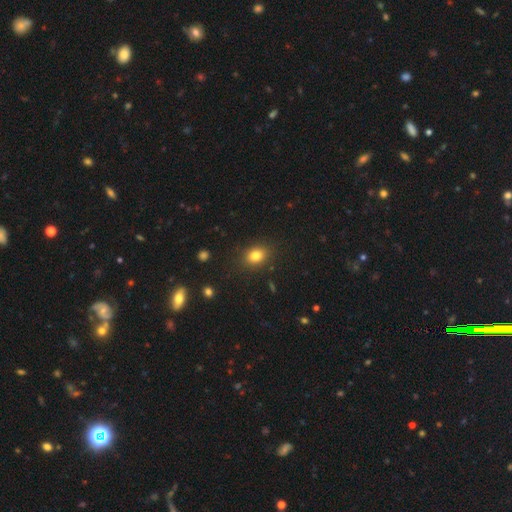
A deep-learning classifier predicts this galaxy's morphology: This appears to be a smooth galaxy with no disk features (82%) that is in between round and cigar-shaped (64%). Merging: none (85%).